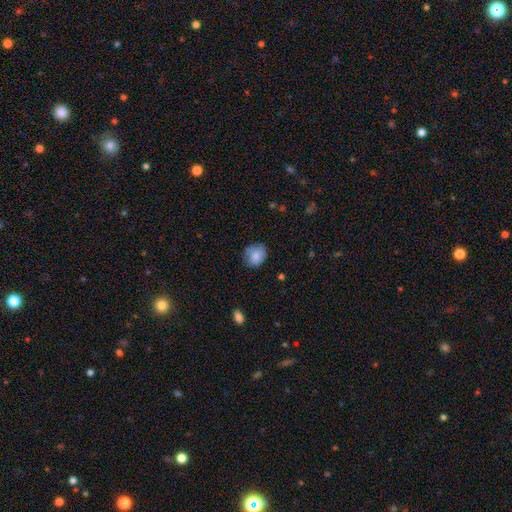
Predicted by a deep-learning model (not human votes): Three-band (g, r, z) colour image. It shows a smooth galaxy with no disk features (81%) that is round (63%). Merging: none (68%).